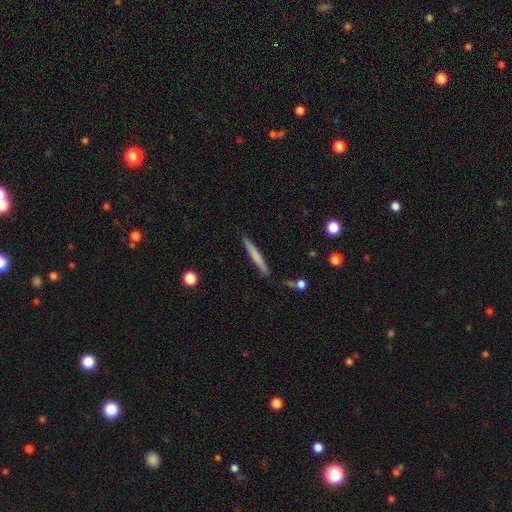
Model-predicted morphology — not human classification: type=smooth (67%); roundness=cigar-shaped (96%); merging=none (87%).